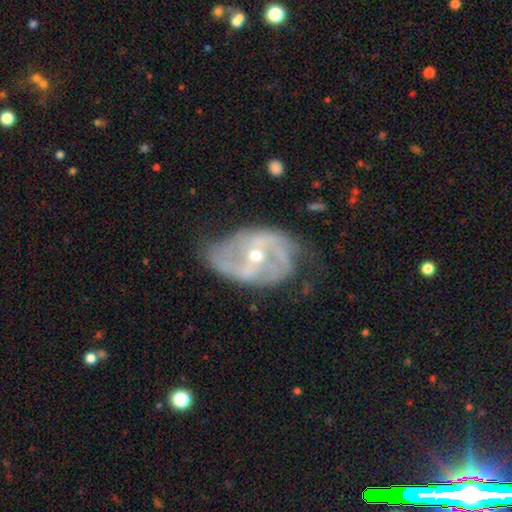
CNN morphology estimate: A featured or disk galaxy (84%) with a weak bar (38%), 2 (71%) medium (44%) spiral arms (88%) and a moderate central bulge (49%). Merging: none (55%).